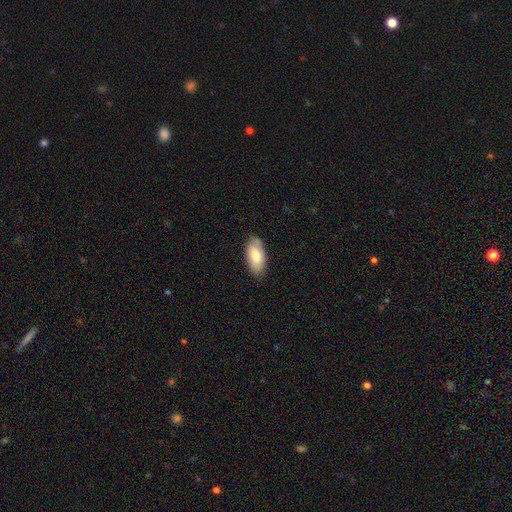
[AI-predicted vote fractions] A smooth galaxy with no disk features (77%) that is in between round and cigar-shaped (93%). Merging: none (80%).